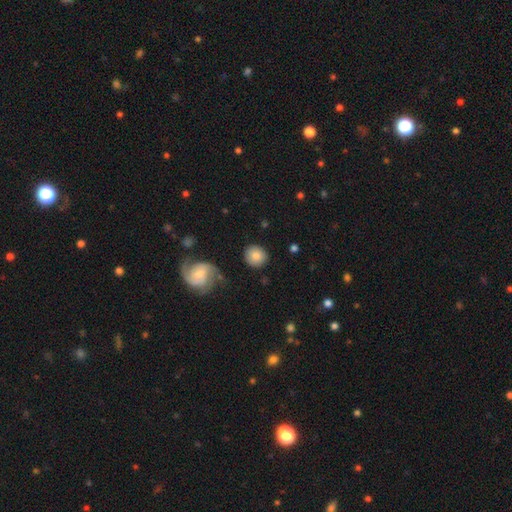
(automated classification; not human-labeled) Morphology: type=smooth (80%); roundness=round (90%); merging=none (85%).